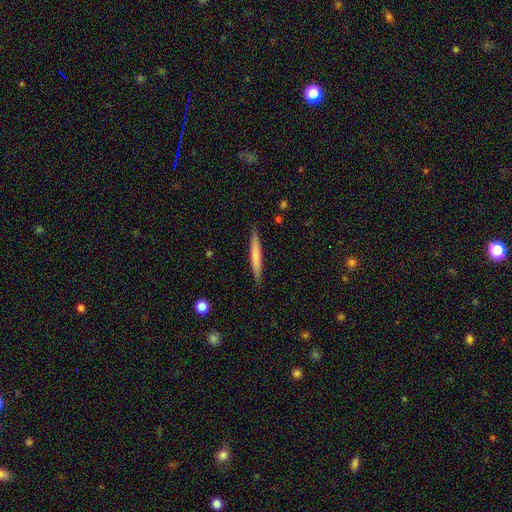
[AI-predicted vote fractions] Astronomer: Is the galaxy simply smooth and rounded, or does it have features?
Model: smooth — 67%.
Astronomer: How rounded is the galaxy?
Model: cigar-shaped — 95%.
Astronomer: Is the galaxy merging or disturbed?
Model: none — 89%.